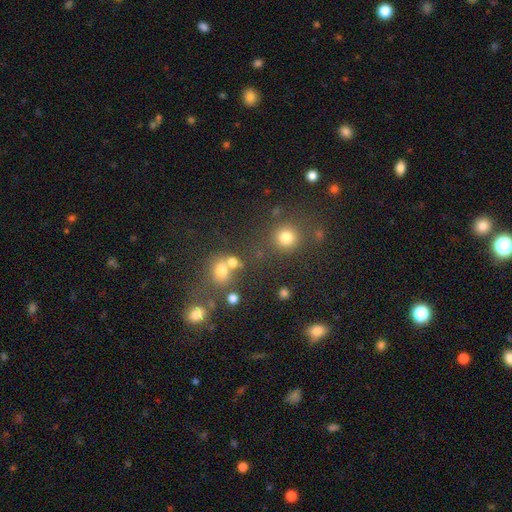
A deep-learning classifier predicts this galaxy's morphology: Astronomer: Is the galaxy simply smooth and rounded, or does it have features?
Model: smooth — 57% (runner-up: star or artifact, 35%).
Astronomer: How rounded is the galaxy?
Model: round — 91%.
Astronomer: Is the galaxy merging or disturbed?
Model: none — 73%.